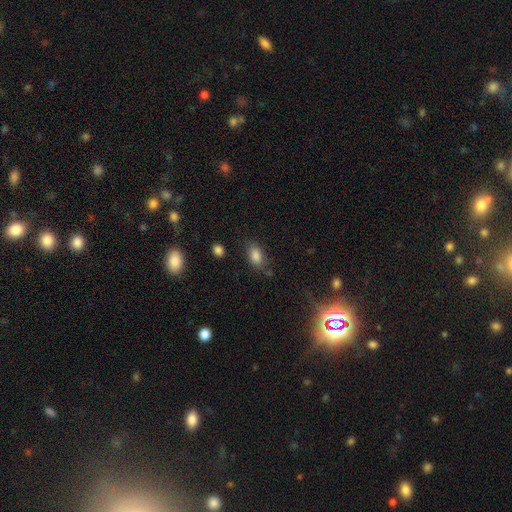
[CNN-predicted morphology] smooth-or-featured: smooth: 85% | star or artifact: 9% | featured or disk: 6%
  how-rounded: in between: 88% | round: 10% | cigar-shaped: 2%
  merging: none: 73% | minor disturbance: 18% | major disturbance: 6% | merger: 3%